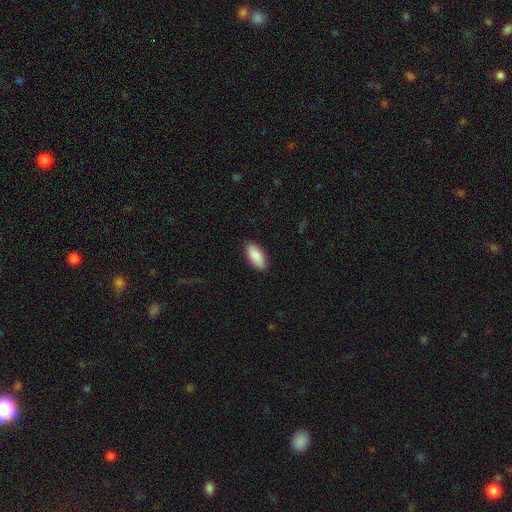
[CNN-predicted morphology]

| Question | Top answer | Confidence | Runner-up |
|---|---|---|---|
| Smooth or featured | smooth | 90% | star or artifact (6%) |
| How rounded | in between | 89% | cigar-shaped (10%) |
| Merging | none | 89% | minor disturbance (9%) |